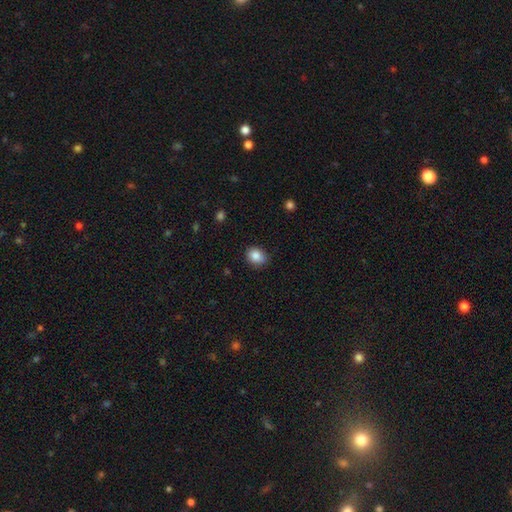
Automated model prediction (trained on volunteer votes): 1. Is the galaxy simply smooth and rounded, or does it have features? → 87% smooth, 9% star or artifact, 5% featured or disk.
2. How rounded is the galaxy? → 55% round, 44% in between, 1% cigar-shaped.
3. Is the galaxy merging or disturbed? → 81% none, 15% minor disturbance, 3% major disturbance, 1% merger.